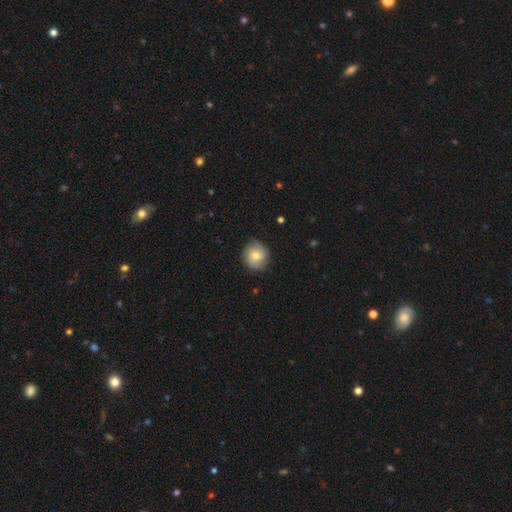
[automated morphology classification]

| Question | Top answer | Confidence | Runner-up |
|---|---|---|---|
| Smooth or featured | smooth | 64% | featured or disk (29%) |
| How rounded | round | 89% | in between (10%) |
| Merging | none | 83% | minor disturbance (13%) |